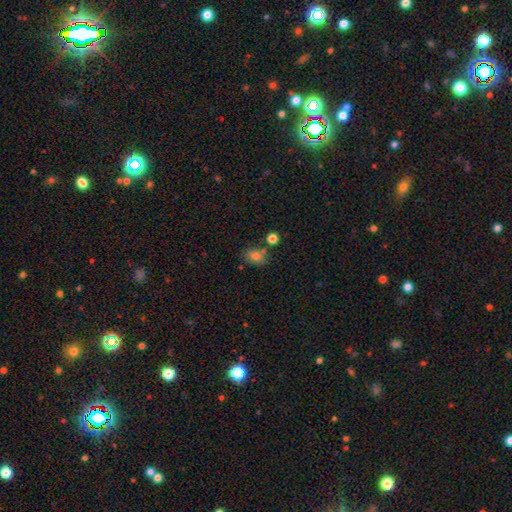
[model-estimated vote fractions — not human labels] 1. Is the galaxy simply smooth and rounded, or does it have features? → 79% smooth, 13% star or artifact, 8% featured or disk.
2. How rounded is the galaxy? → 71% in between, 28% round, 1% cigar-shaped.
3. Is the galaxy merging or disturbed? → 69% none, 15% minor disturbance, 12% merger, 4% major disturbance.